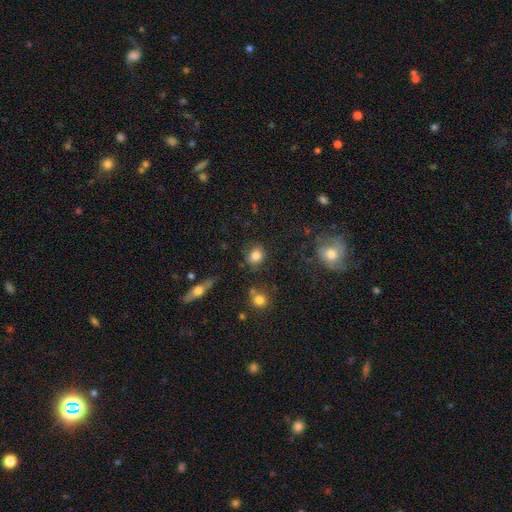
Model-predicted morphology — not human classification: This appears to be a smooth galaxy with no disk features (83%) that is round (59%). Merging: none (79%).